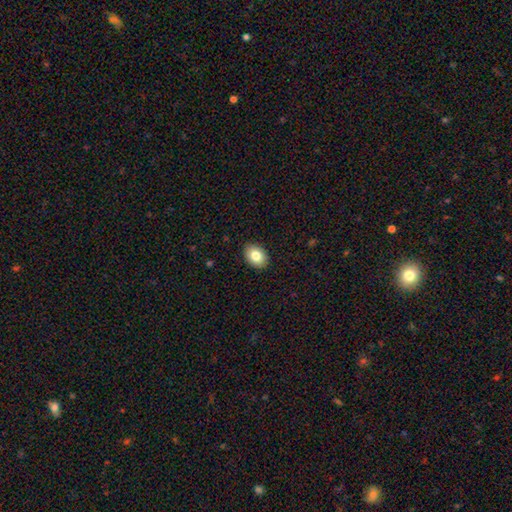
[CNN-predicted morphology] smooth_or_featured: smooth (p=0.83) [alt: featured or disk p=0.09]
how_rounded: in between (p=0.74) [alt: round p=0.25]
merging: none (p=0.90) [alt: minor disturbance p=0.08]